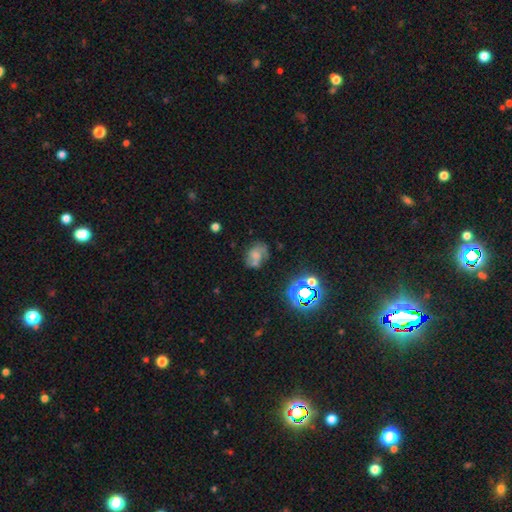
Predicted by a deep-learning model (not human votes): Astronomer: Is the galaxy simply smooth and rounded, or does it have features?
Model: smooth — 44% (runner-up: featured or disk, 36%).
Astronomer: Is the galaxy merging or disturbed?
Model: none — 47% (runner-up: minor disturbance, 26%).